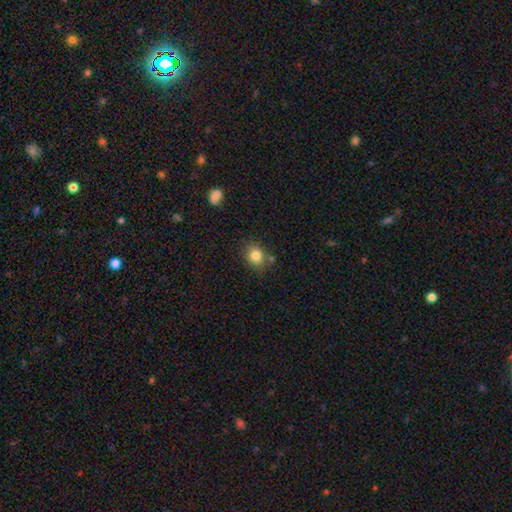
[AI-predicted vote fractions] Smooth or featured: smooth — 82% (star or artifact — 10%)
How rounded: round — 63% (in between — 36%)
Merging: none — 75% (minor disturbance — 14%)